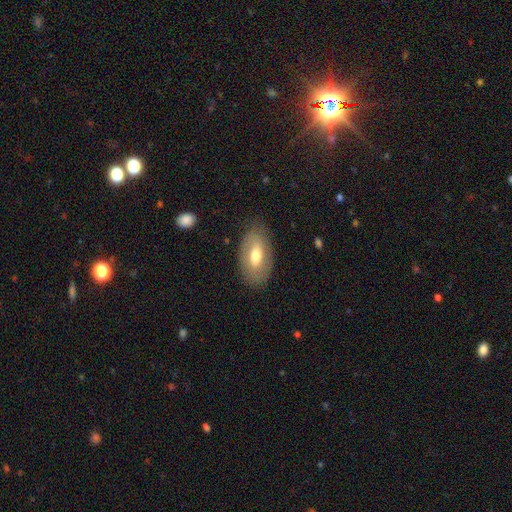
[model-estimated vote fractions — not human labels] smooth_or_featured: smooth (p=0.59) [alt: featured or disk p=0.34]
how_rounded: in between (p=0.92) [alt: round p=0.05]
merging: none (p=0.80) [alt: minor disturbance p=0.14]